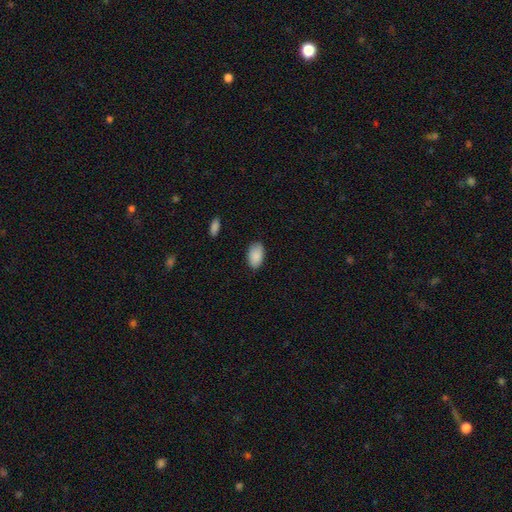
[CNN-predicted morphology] Overall: smooth (90%). How rounded: in between (94%). Merging: none (85%).